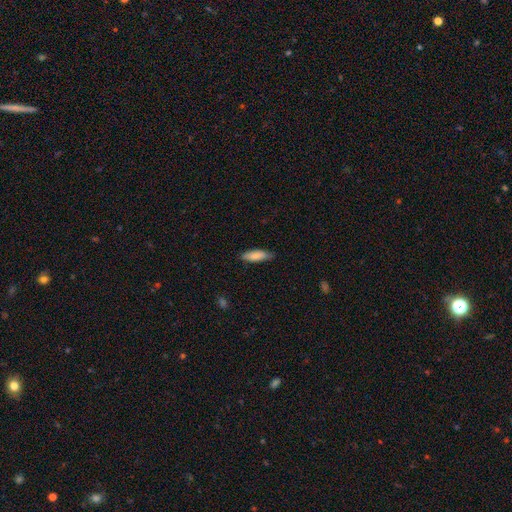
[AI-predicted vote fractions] The model was most divided on "how rounded": in between: 50%, cigar-shaped: 49%, round: 2%. More confident: smooth or featured — smooth (85%); merging — none (80%).